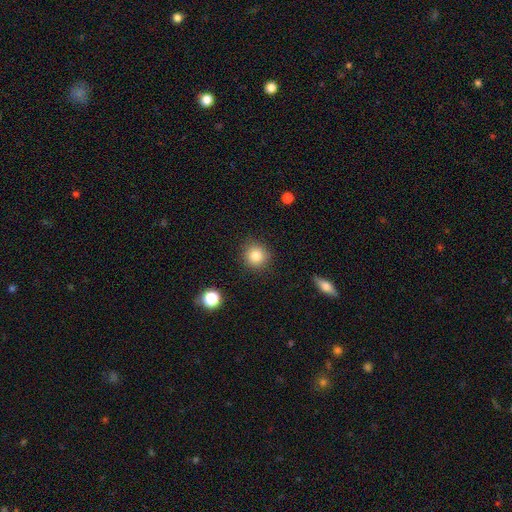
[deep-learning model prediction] A smooth galaxy with no disk features (84%) that is round (91%).

Vote fractions:
- Smooth or featured? smooth: 84% / star or artifact: 10% / featured or disk: 6%
- How rounded? round: 91% / in between: 8% / cigar-shaped: 1%
- Merging? none: 88% / minor disturbance: 8% / major disturbance: 2% / merger: 1%